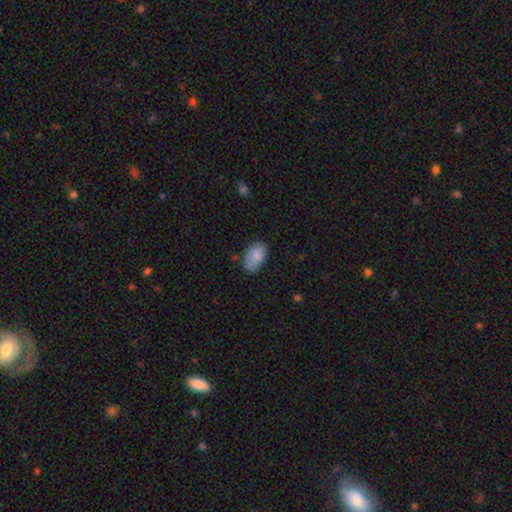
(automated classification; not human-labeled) A smooth galaxy with no disk features (84%) that is in between round and cigar-shaped (91%). Merging: none (64%).